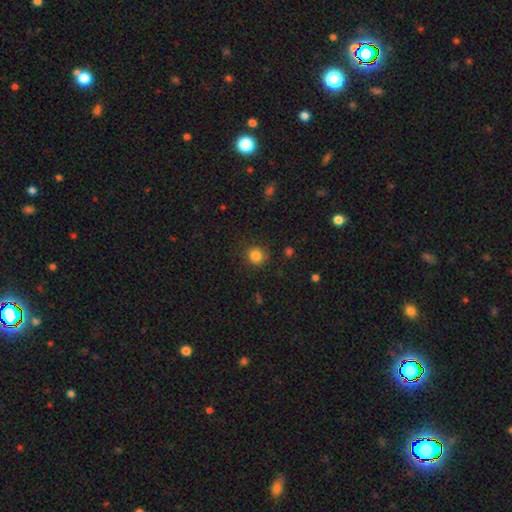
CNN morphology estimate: A smooth galaxy with no disk features (84%) that is round (89%). Merging: none (81%).